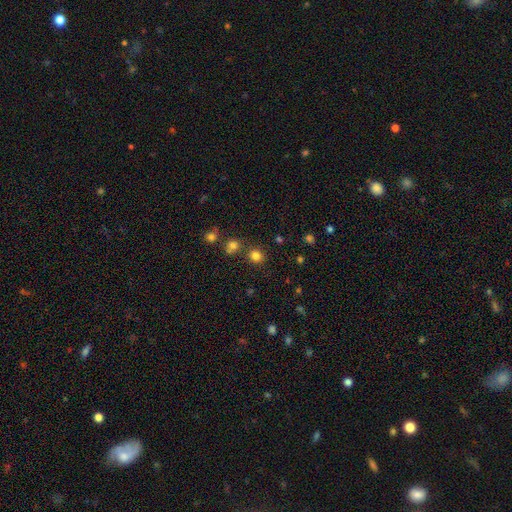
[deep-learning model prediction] Smooth or featured?
  - smooth: 79% *
  - star or artifact: 16%
  - featured or disk: 5%
How rounded?
  - round: 87% *
  - in between: 12%
  - cigar-shaped: 1%
Merging?
  - none: 80% *
  - merger: 9%
  - minor disturbance: 8%
  - major disturbance: 3%